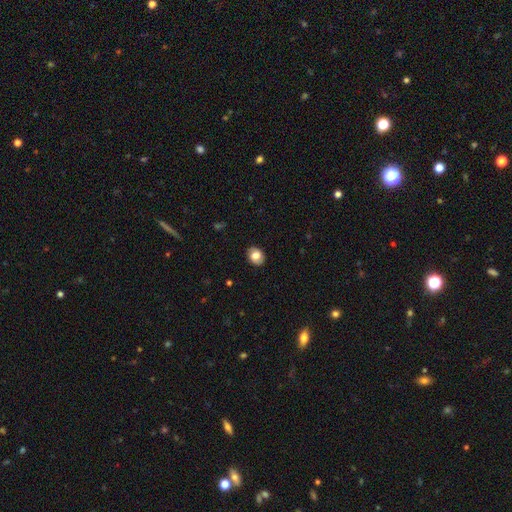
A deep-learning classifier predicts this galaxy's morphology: Overall: smooth (77%). How rounded: round (54%; in between 45%). Merging: none (88%).